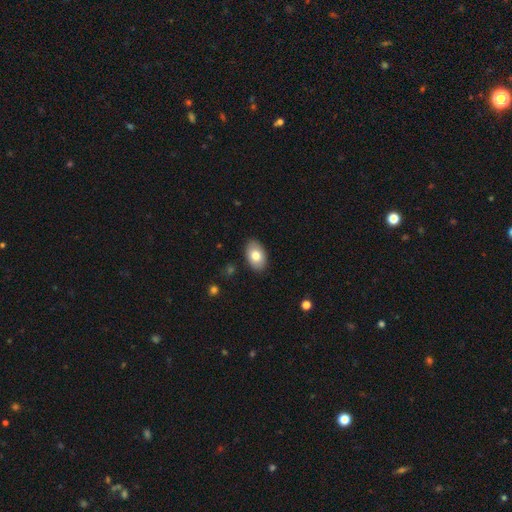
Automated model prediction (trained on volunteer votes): A smooth galaxy with no disk features (78%) that is in between round and cigar-shaped (92%). Merging: none (88%).